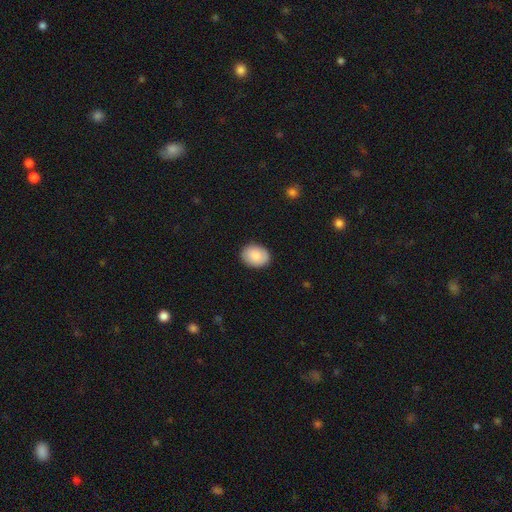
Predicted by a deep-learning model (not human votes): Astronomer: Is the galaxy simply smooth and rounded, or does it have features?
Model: smooth — 86%.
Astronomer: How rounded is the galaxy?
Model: in between — 61% (runner-up: round, 38%).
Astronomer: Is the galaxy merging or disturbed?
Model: none — 89%.